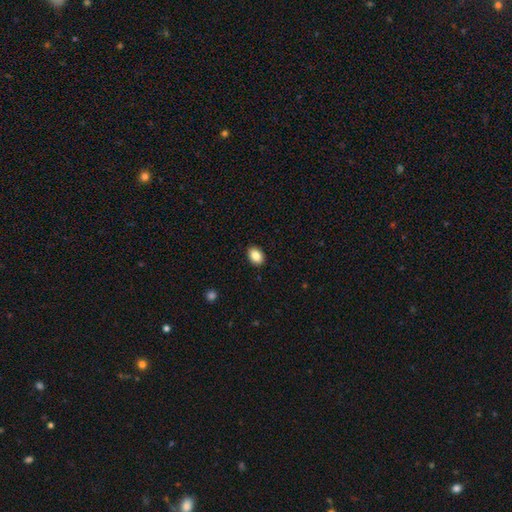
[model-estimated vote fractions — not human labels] Overall: smooth (87%). How rounded: in between (80%). Merging: none (90%).